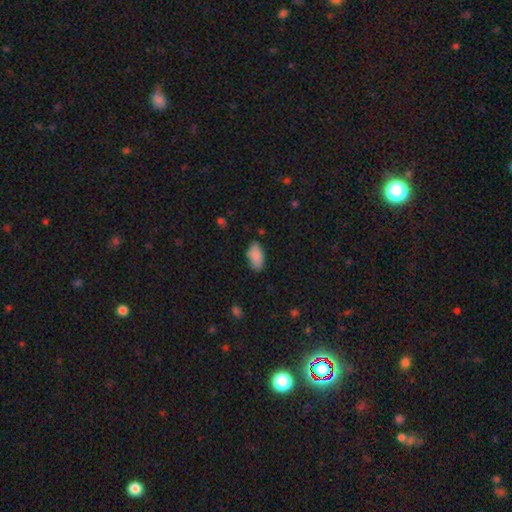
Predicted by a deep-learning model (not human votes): A smooth galaxy with no disk features (87%) that is in between round and cigar-shaped (93%).

Vote fractions:
- Smooth or featured? smooth: 87% / star or artifact: 7% / featured or disk: 6%
- How rounded? in between: 93% / cigar-shaped: 4% / round: 3%
- Merging? none: 77% / minor disturbance: 18% / major disturbance: 3% / merger: 2%